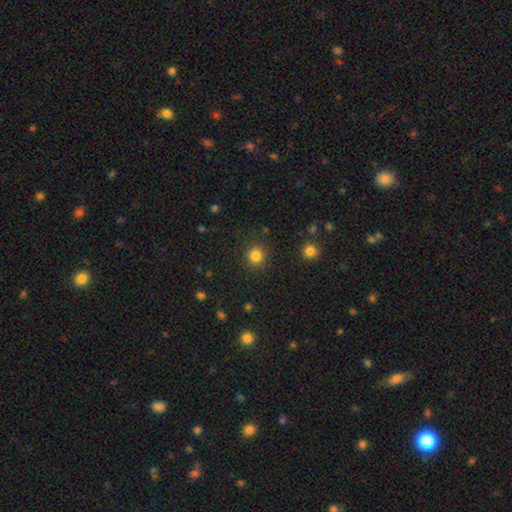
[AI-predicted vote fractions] Smooth or featured?
  - smooth: 83% *
  - star or artifact: 13%
  - featured or disk: 4%
How rounded?
  - round: 91% *
  - in between: 8%
  - cigar-shaped: 1%
Merging?
  - none: 88% *
  - minor disturbance: 7%
  - major disturbance: 3%
  - merger: 2%